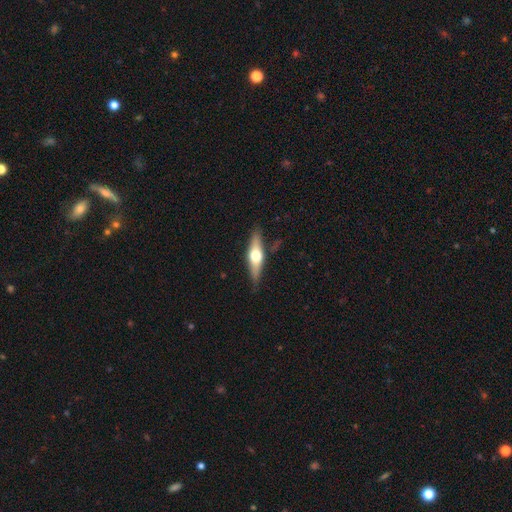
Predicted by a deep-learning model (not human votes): The model was most divided on "smooth or featured": featured or disk: 61%, smooth: 34%, star or artifact: 6%. More confident: edge-on bulge — rounded (95%); edge-on disk — yes (94%); merging — none (85%).